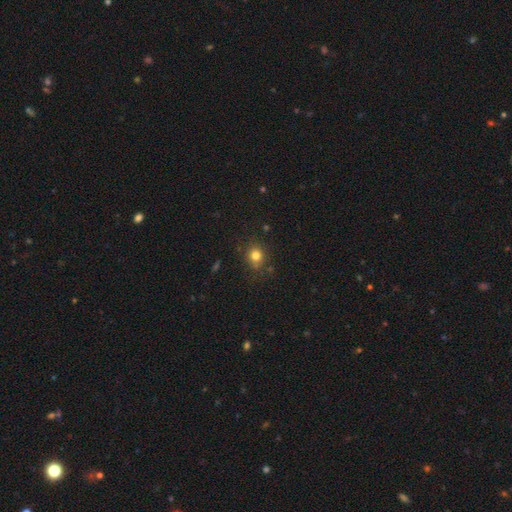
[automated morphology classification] Q: Smooth or featured?
A: smooth (79%); runner-up: star or artifact (14%)
Q: How rounded?
A: round (76%); runner-up: in between (23%)
Q: Merging?
A: none (79%); runner-up: minor disturbance (14%)